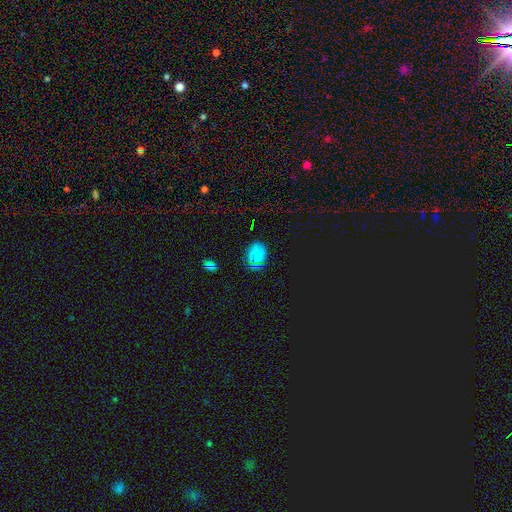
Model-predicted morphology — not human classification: This is likely a smooth galaxy (62%). How rounded: likely in between (71%). Merging: likely none (79%).